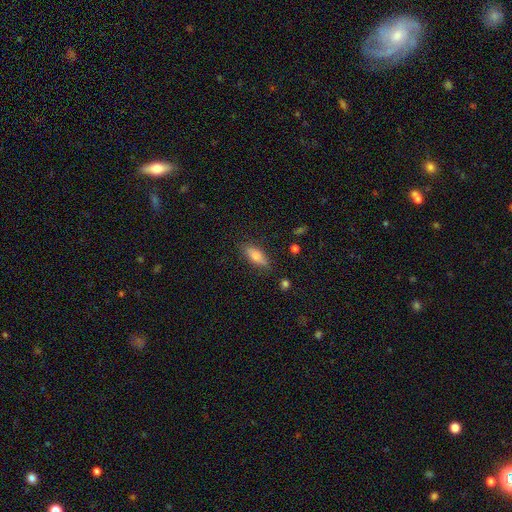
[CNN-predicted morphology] Smooth or featured?
  - smooth: 76% *
  - featured or disk: 16%
  - star or artifact: 8%
How rounded?
  - in between: 66% *
  - cigar-shaped: 31%
  - round: 3%
Merging?
  - none: 82% *
  - minor disturbance: 13%
  - major disturbance: 3%
  - merger: 2%